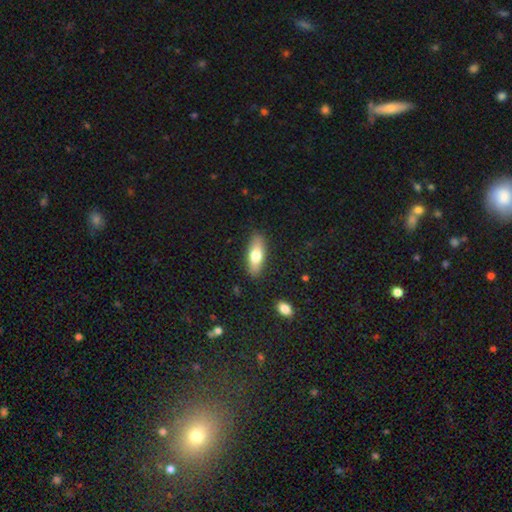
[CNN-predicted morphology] Overall: smooth (70%). How rounded: in between (65%; cigar-shaped 32%). Merging: none (87%).